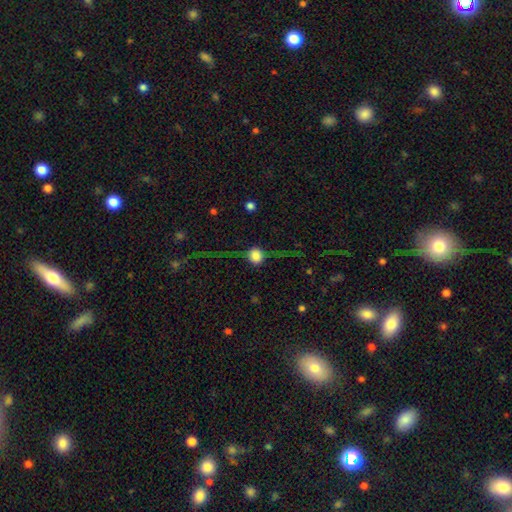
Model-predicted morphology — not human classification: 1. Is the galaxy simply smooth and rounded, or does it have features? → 64% smooth, 24% featured or disk, 12% star or artifact.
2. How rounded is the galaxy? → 87% round, 11% in between, 2% cigar-shaped.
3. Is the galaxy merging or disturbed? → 70% none, 14% minor disturbance, 13% major disturbance, 3% merger.